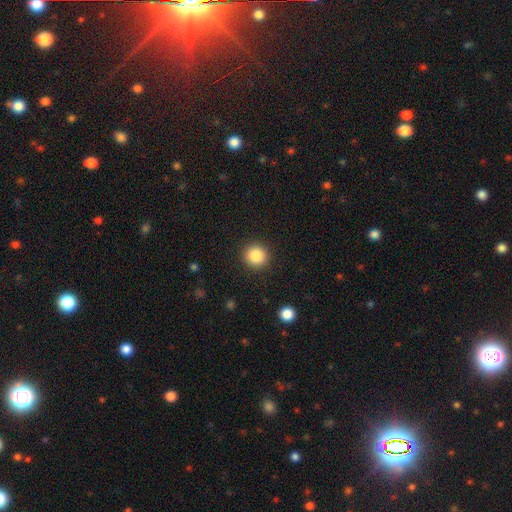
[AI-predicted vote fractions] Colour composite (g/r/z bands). It shows a smooth galaxy with no disk features (86%) that is round (93%). Merging: none (91%).